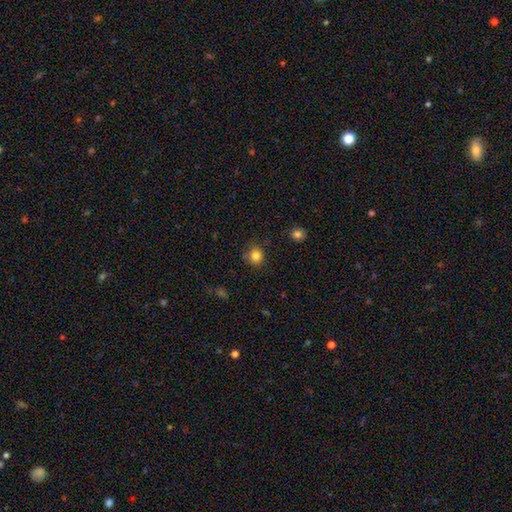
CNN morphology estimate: smooth_or_featured: smooth (p=0.83) [alt: star or artifact p=0.12]
how_rounded: round (p=0.80) [alt: in between p=0.19]
merging: none (p=0.79) [alt: minor disturbance p=0.15]